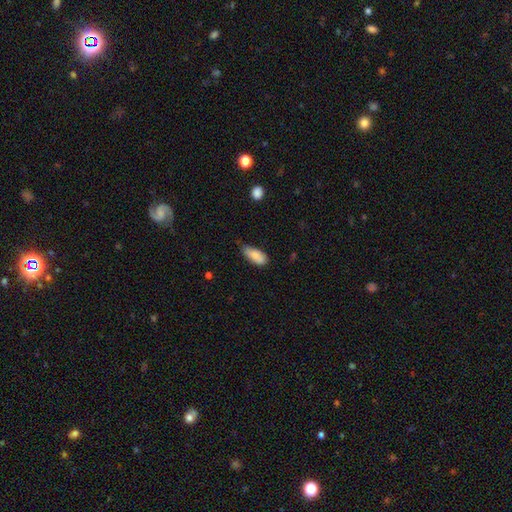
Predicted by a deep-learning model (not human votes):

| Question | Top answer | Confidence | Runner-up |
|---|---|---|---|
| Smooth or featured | smooth | 86% | featured or disk (7%) |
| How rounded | in between | 84% | cigar-shaped (14%) |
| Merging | none | 56% | minor disturbance (36%) |